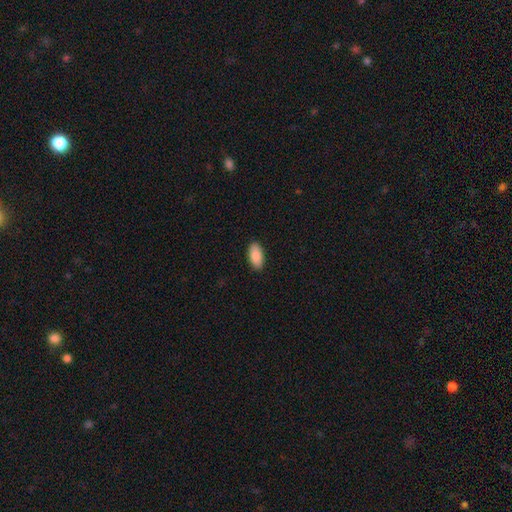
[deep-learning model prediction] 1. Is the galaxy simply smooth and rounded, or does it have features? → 89% smooth, 6% star or artifact, 5% featured or disk.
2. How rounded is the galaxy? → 93% in between, 5% cigar-shaped, 2% round.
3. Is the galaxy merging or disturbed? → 90% none, 8% minor disturbance, 2% major disturbance, 1% merger.